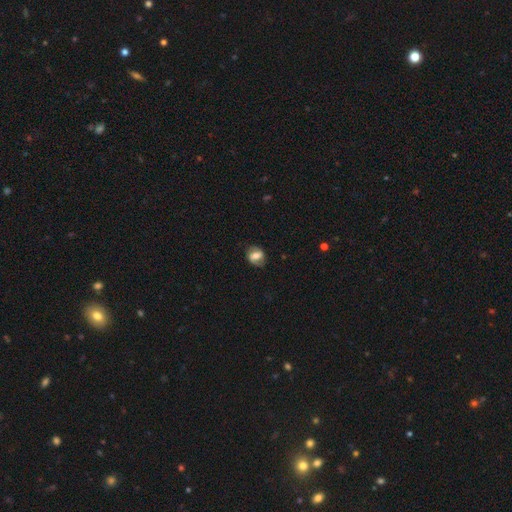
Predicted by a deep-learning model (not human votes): Morphology: type=smooth (54%); roundness=in between (57%); merging=none (75%).